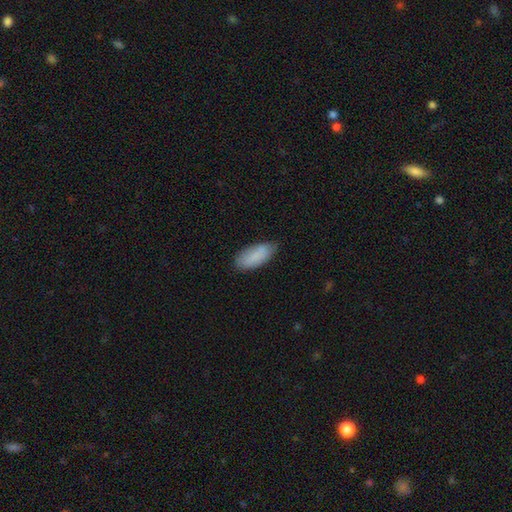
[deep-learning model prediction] Overall: smooth (85%). How rounded: in between (83%). Merging: none (74%).